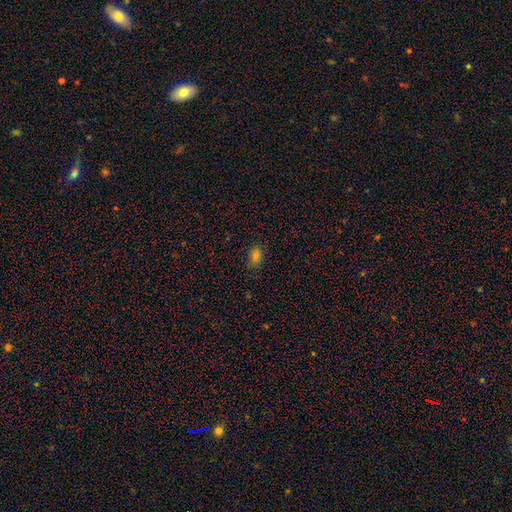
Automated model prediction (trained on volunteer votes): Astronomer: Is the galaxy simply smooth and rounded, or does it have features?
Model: smooth — 77%.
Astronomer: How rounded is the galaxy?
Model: in between — 82%.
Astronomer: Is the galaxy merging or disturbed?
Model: none — 85%.